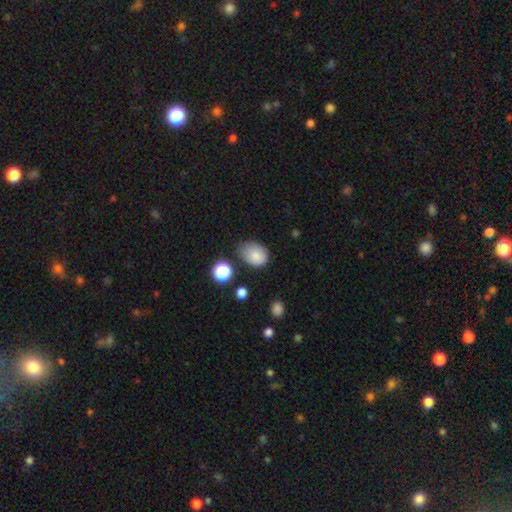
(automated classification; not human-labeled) Q: Smooth or featured?
A: smooth (81%); runner-up: star or artifact (10%)
Q: How rounded?
A: in between (67%); runner-up: round (32%)
Q: Merging?
A: none (52%); runner-up: minor disturbance (35%)